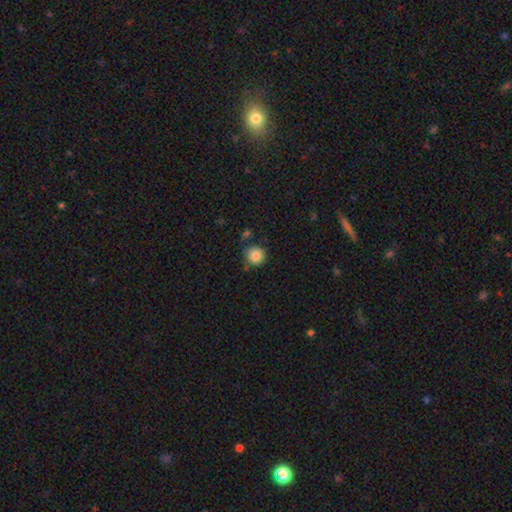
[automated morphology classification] A smooth galaxy with no disk features (86%) that is round (91%). Merging: none (78%).